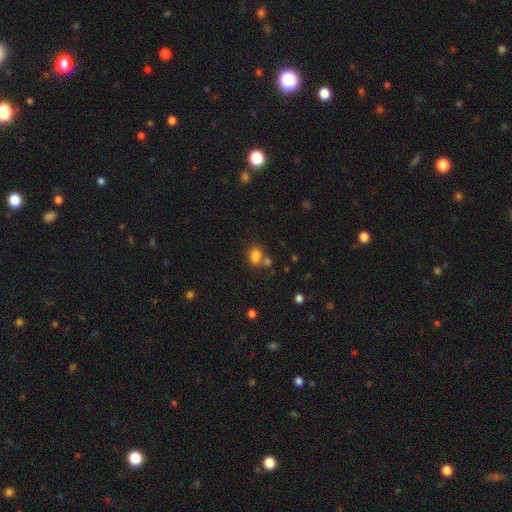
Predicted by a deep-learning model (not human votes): Smooth or featured?
  - smooth: 81% *
  - star or artifact: 12%
  - featured or disk: 6%
How rounded?
  - in between: 56% *
  - round: 43%
  - cigar-shaped: 1%
Merging?
  - none: 55% *
  - merger: 28%
  - minor disturbance: 12%
  - major disturbance: 5%